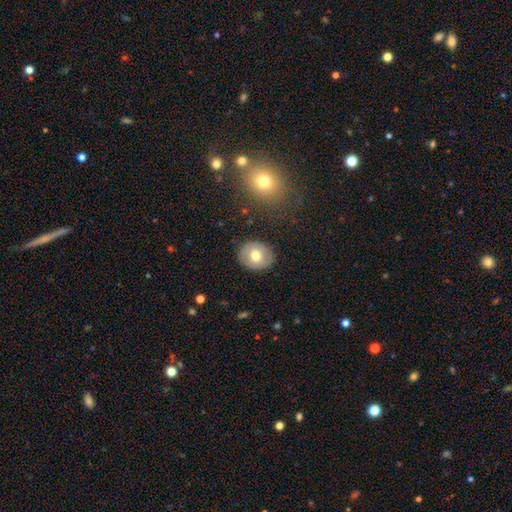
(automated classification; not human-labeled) Smooth or featured?
  - smooth: 65% *
  - featured or disk: 26%
  - star or artifact: 8%
How rounded?
  - round: 66% *
  - in between: 33%
  - cigar-shaped: 1%
Merging?
  - none: 87% *
  - minor disturbance: 9%
  - major disturbance: 3%
  - merger: 1%